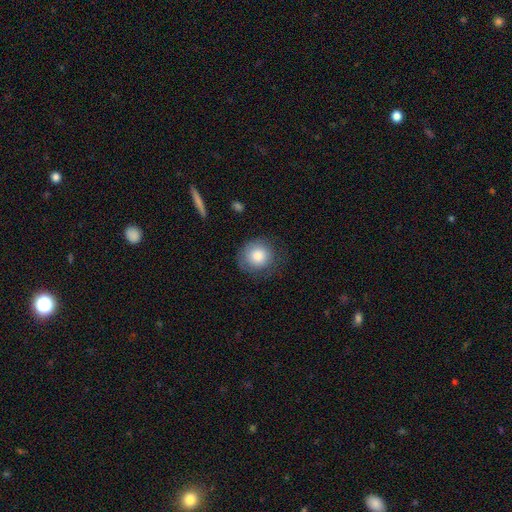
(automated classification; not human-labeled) Smooth or featured: smooth — 83% (featured or disk — 9%)
How rounded: round — 88% (in between — 11%)
Merging: none — 74% (minor disturbance — 18%)